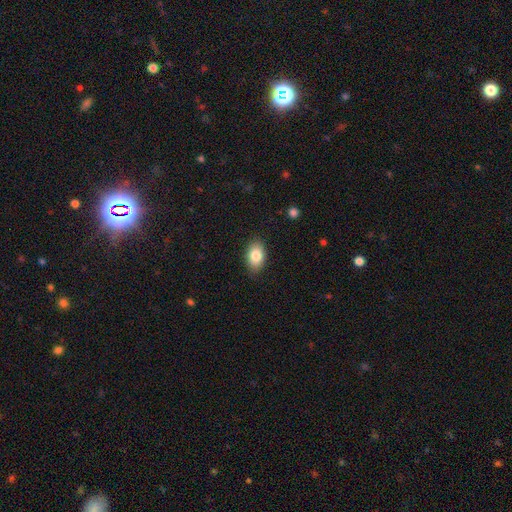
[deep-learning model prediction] smooth_or_featured: smooth (p=0.84) [alt: featured or disk p=0.09]
how_rounded: in between (p=0.89) [alt: round p=0.10]
merging: none (p=0.86) [alt: minor disturbance p=0.11]